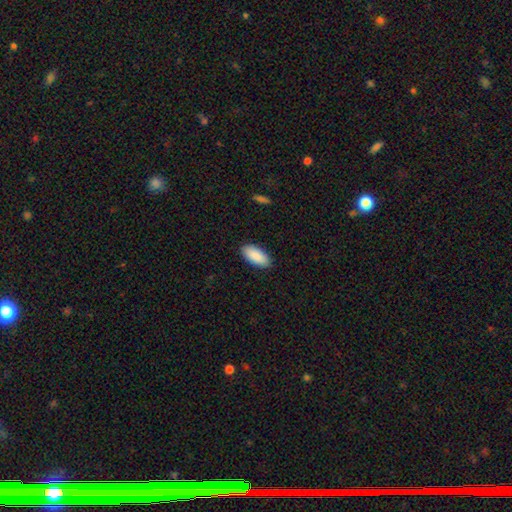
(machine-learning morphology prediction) Smooth or featured? smooth (91%)
How rounded? in between (92%)
Merging? none (89%)